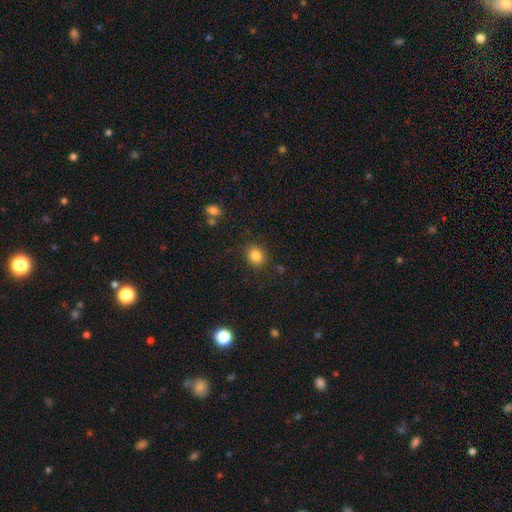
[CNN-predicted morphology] Smooth or featured? smooth (84%)
How rounded? round (67%)
Merging? none (86%)